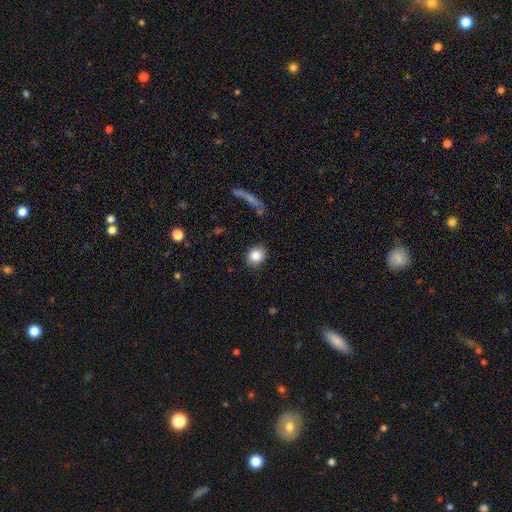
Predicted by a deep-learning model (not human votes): Morphology: type=smooth (85%); roundness=round (72%); merging=none (88%).